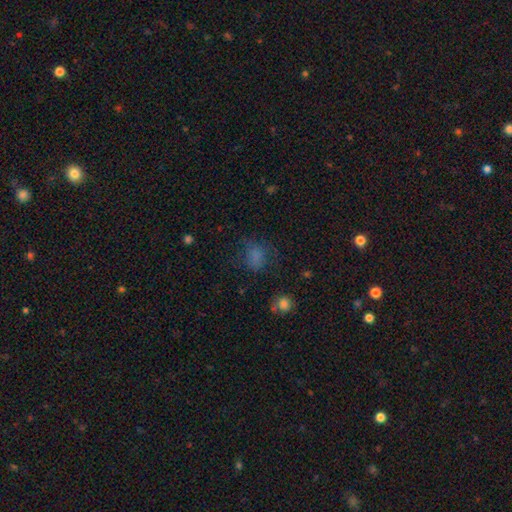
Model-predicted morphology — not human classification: smooth 72%, star or artifact 18%, featured or disk 10%. Down the decision tree: how rounded — round (53%); merging — none (59%).